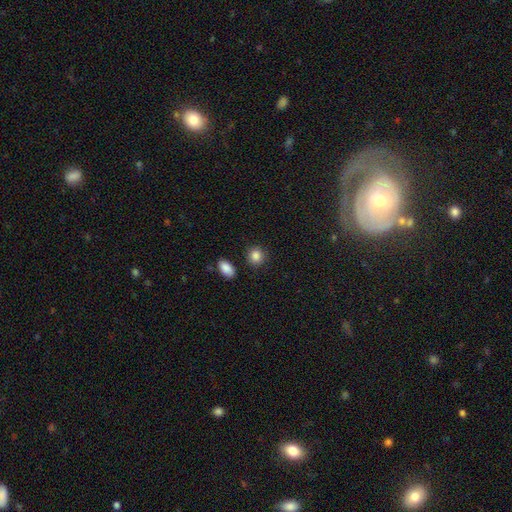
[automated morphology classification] A smooth galaxy with no disk features (87%) that is round (77%). Merging: none (85%).